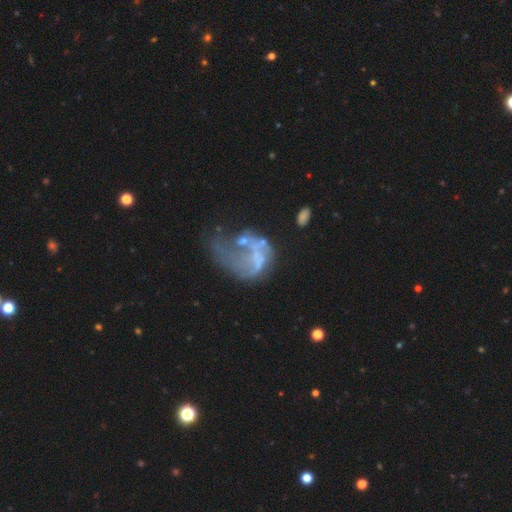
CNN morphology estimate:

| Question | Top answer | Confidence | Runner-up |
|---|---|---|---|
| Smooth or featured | featured or disk | 66% | smooth (22%) |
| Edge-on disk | no | 98% | yes (2%) |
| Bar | no | 76% | weak (19%) |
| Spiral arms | no | 62% | yes (38%) |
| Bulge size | none | 71% | small (17%) |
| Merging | major disturbance | 50% | none (20%) |